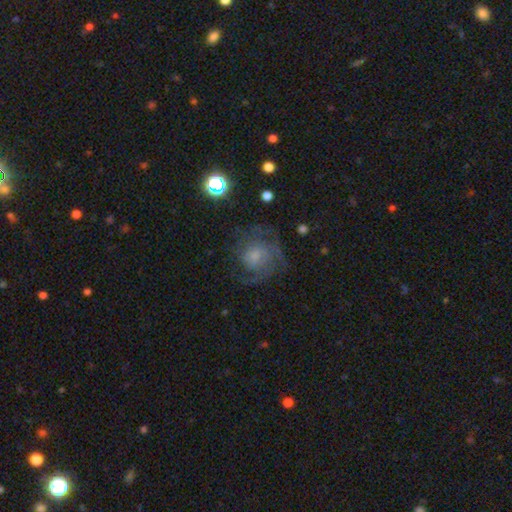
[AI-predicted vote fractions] smooth-or-featured: featured or disk: 67% | smooth: 23% | star or artifact: 10%
  disk-edge-on: no: 98% | yes: 2%
    bar: no: 72% | weak: 25% | strong: 4%
    has-spiral-arms: yes: 87% | no: 13%
      spiral-winding: tight: 45% | medium: 40% | loose: 16%
      spiral-arm-count: can't tell: 36% | 2: 24% | 3: 19% | 1: 8% | 4: 7% | more than 4: 6%
    bulge-size: small: 44% | moderate: 28% | none: 18% | large: 8% | dominant: 2%
  merging: none: 63% | major disturbance: 18% | minor disturbance: 18% | merger: 2%